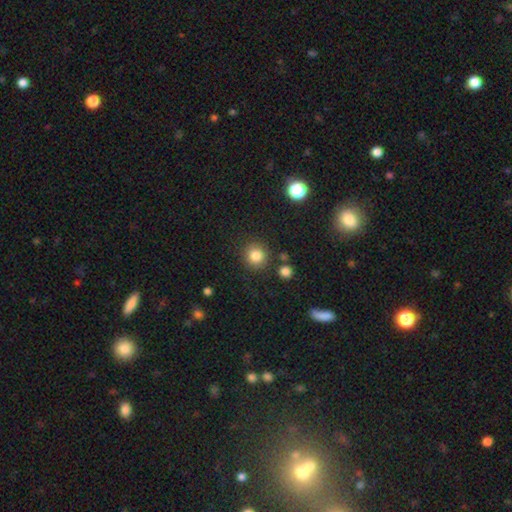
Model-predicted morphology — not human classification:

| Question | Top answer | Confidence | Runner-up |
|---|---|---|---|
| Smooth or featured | smooth | 83% | star or artifact (11%) |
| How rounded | round | 90% | in between (9%) |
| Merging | none | 85% | minor disturbance (8%) |